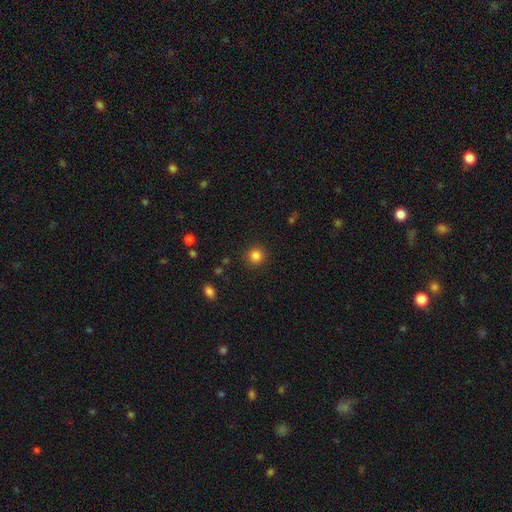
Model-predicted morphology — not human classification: type=smooth (84%); roundness=round (92%); merging=none (90%).